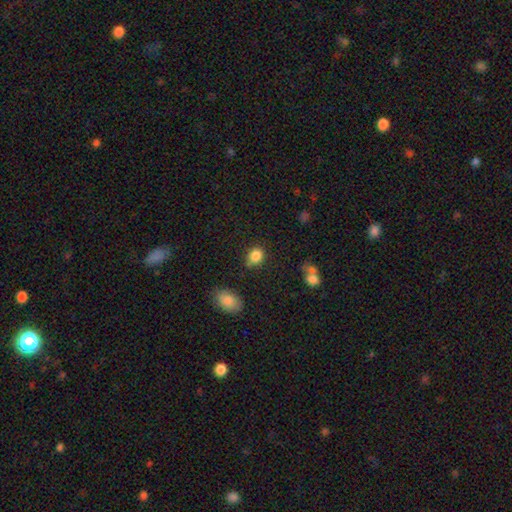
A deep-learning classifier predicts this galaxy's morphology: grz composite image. It shows a smooth galaxy with no disk features (85%) that is round (58%). Merging: none (69%).